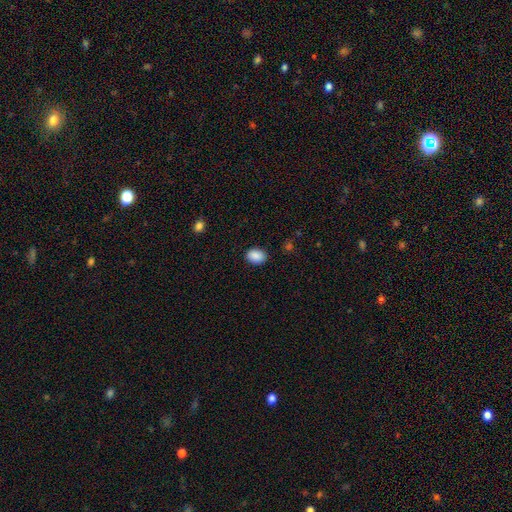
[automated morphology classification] Overall: smooth (89%). How rounded: in between (73%). Merging: none (87%).